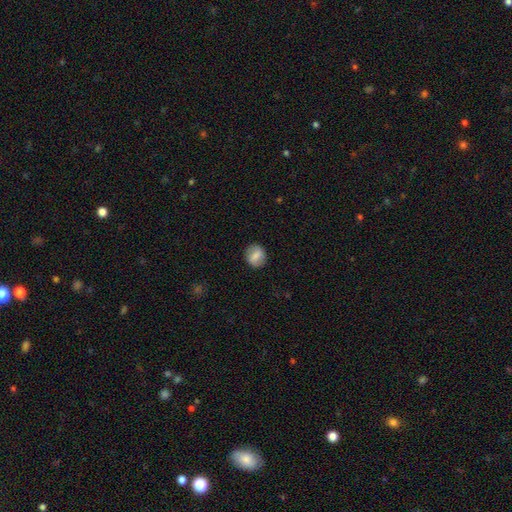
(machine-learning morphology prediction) smooth_or_featured: smooth (p=0.67) [alt: featured or disk p=0.26]
how_rounded: round (p=0.69) [alt: in between p=0.30]
merging: none (p=0.87) [alt: minor disturbance p=0.09]